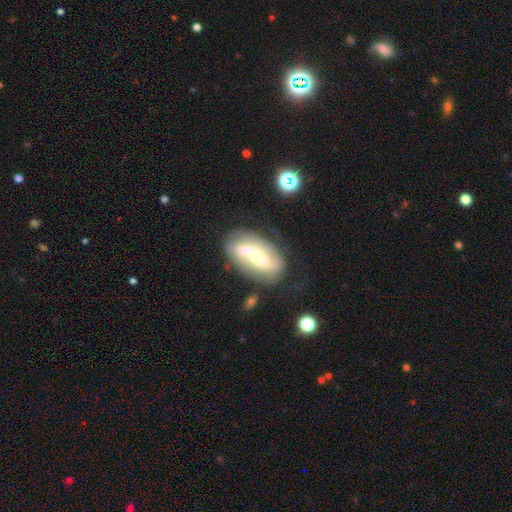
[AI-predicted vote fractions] smooth_or_featured: featured or disk (p=0.81) [alt: smooth p=0.14]
disk_edge_on: no (p=0.96) [alt: yes p=0.04]
bar: weak (p=0.41) [alt: no p=0.38]
has_spiral_arms: yes (p=0.94) [alt: no p=0.06]
spiral_winding: medium (p=0.41) [alt: loose p=0.39]
spiral_arm_count: 2 (p=0.83) [alt: can't tell p=0.08]
bulge_size: moderate (p=0.47) [alt: small p=0.41]
merging: none (p=0.69) [alt: minor disturbance p=0.18]